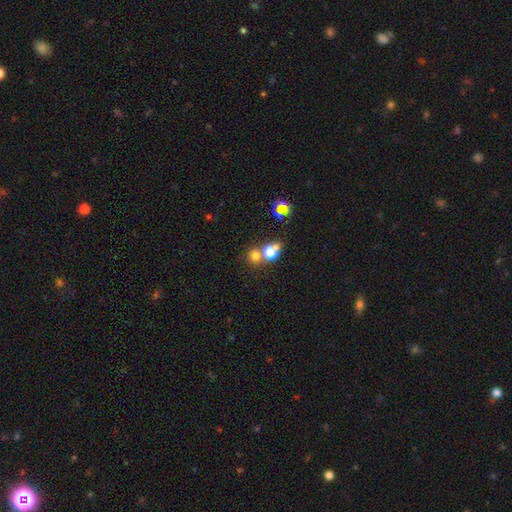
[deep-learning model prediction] smooth_or_featured: smooth (p=0.69) [alt: star or artifact p=0.19]
how_rounded: round (p=0.80) [alt: in between p=0.18]
merging: merger (p=0.46) [alt: none p=0.43]